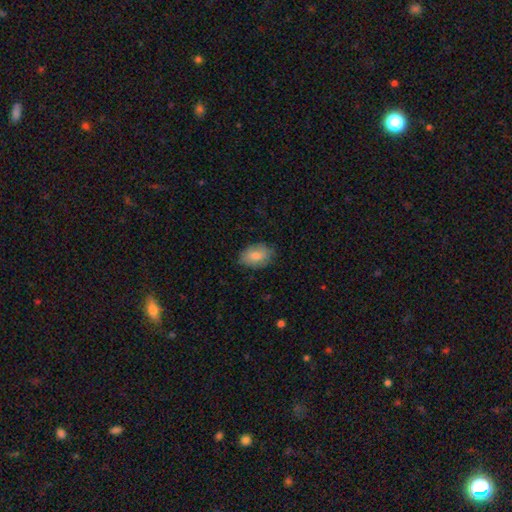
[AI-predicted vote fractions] Smooth or featured? Predicted: smooth (p=0.80). How rounded? Predicted: in between (p=0.86). Merging? Predicted: none (p=0.79).